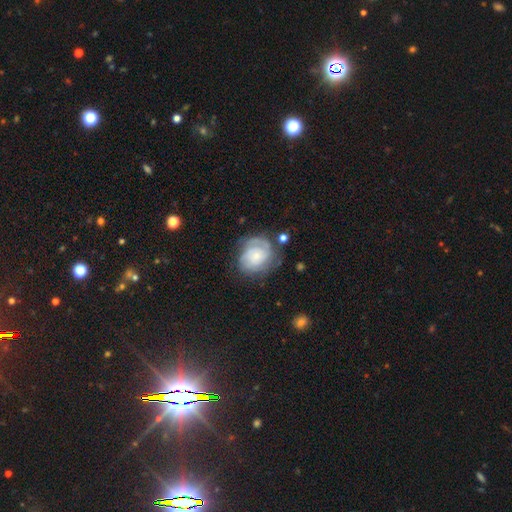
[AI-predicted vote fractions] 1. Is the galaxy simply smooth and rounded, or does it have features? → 74% featured or disk, 20% smooth, 6% star or artifact.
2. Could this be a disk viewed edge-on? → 98% no, 2% yes.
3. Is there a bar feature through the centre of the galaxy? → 75% no, 22% weak, 4% strong.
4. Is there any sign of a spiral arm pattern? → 92% yes, 8% no.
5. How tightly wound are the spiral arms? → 64% tight, 27% medium, 8% loose.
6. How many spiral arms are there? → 37% 2, 28% can't tell, 17% 3, 9% 1, 4% 4, 4% more than 4.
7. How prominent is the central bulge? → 63% small, 25% moderate, 6% none, 5% large, 2% dominant.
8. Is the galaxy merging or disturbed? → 63% none, 21% minor disturbance, 12% major disturbance, 3% merger.